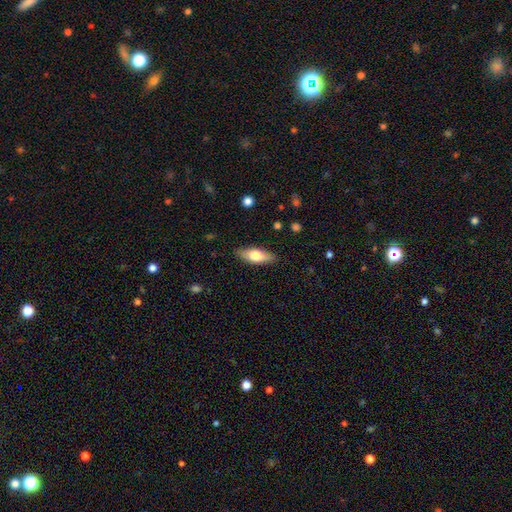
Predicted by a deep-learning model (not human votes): Smooth or featured? smooth (68%)
How rounded? in between (72%)
Merging? none (86%)